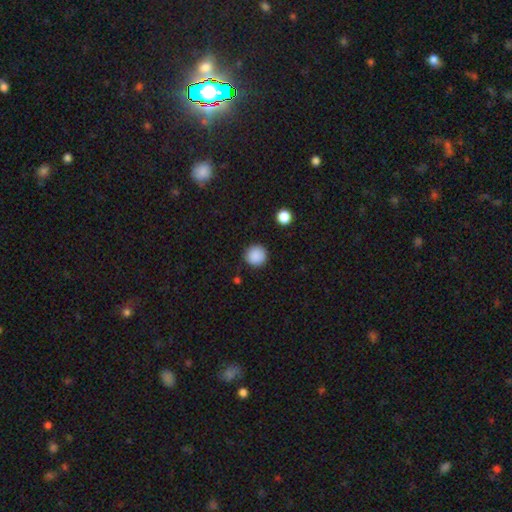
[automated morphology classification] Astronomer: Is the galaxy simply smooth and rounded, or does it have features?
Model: smooth — 88%.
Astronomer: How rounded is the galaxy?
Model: round — 95%.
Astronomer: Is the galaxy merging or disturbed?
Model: none — 89%.